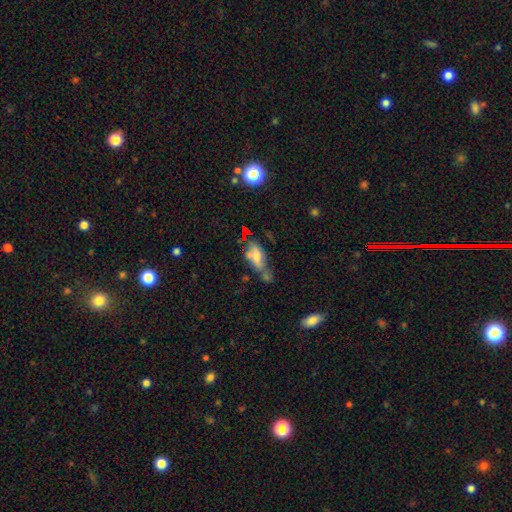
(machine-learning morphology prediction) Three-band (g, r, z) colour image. It shows a smooth galaxy with no disk features (43%). Merging: none (40%).